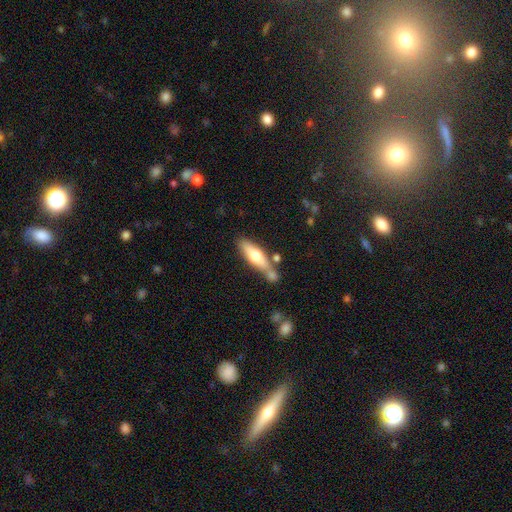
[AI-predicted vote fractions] A smooth galaxy with no disk features (57%) that is cigar-shaped (60%). Merging: none (55%).